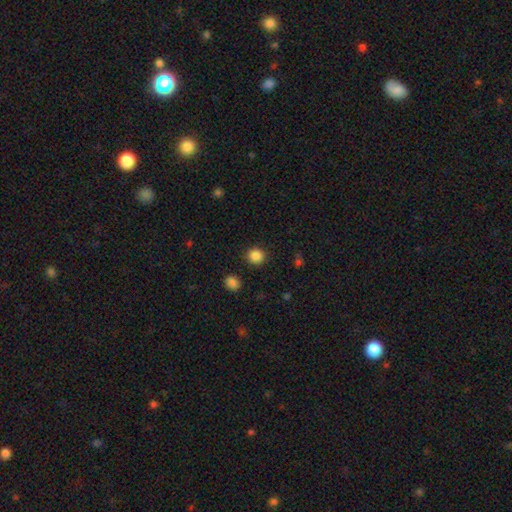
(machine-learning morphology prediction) A smooth galaxy with no disk features (86%) that is round (89%).

Vote fractions:
- Smooth or featured? smooth: 86% / star or artifact: 10% / featured or disk: 3%
- How rounded? round: 89% / in between: 10% / cigar-shaped: 1%
- Merging? none: 91% / minor disturbance: 6% / major disturbance: 2% / merger: 2%